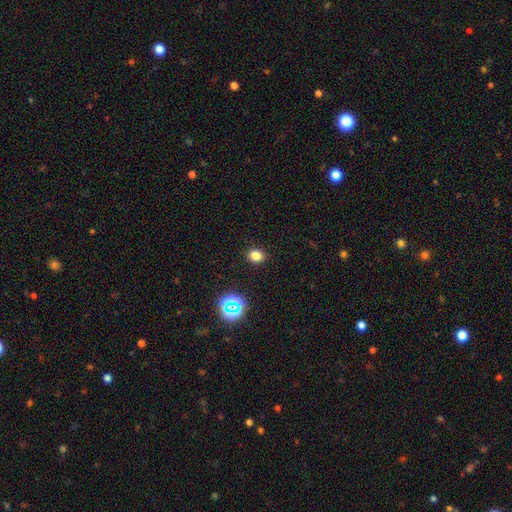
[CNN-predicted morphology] Smooth or featured? smooth (78%)
How rounded? round (62%)
Merging? none (90%)